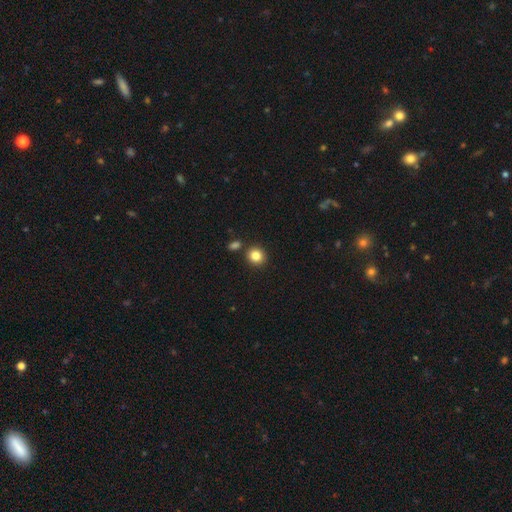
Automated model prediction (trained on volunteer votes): Q: Smooth or featured?
A: smooth (85%); runner-up: star or artifact (10%)
Q: How rounded?
A: round (86%); runner-up: in between (14%)
Q: Merging?
A: none (83%); runner-up: minor disturbance (7%)